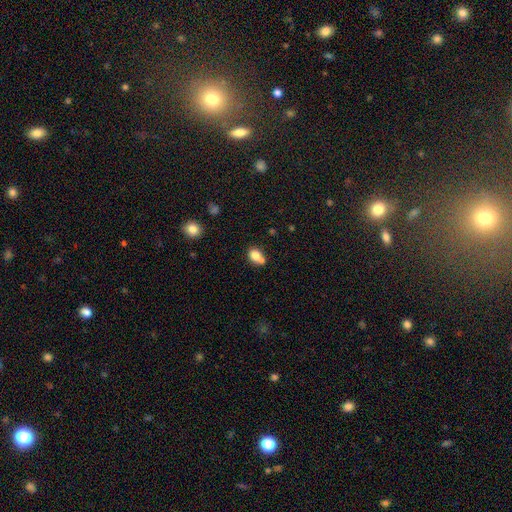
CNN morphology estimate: A smooth galaxy with no disk features (78%) that is round (60%). Merging: merger (48%).